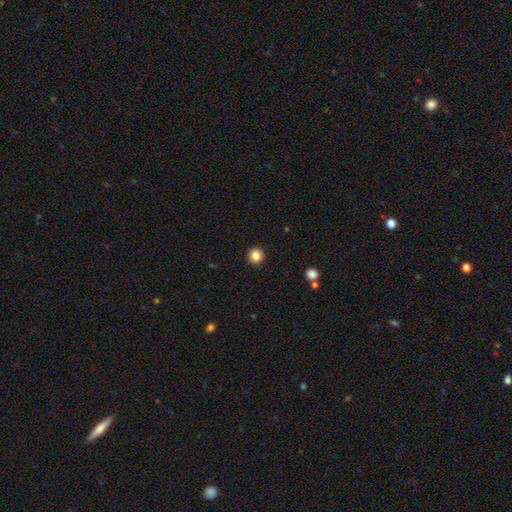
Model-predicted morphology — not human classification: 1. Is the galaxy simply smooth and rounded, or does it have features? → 84% smooth, 11% star or artifact, 5% featured or disk.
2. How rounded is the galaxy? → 92% round, 7% in between, 1% cigar-shaped.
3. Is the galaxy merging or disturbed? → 93% none, 5% minor disturbance, 2% major disturbance, 1% merger.